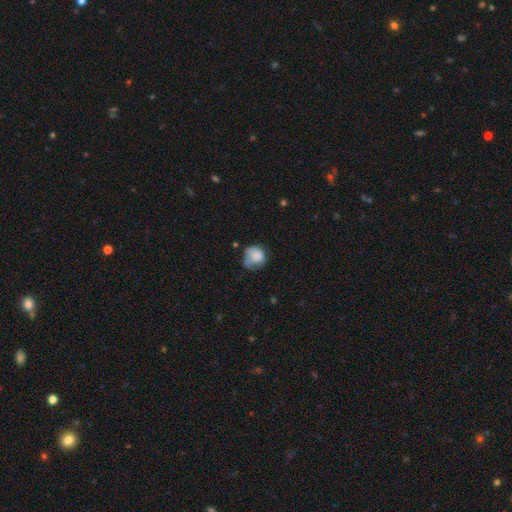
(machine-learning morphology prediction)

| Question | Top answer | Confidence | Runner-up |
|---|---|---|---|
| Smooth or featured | smooth | 73% | featured or disk (18%) |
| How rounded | round | 67% | in between (32%) |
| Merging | none | 35% | minor disturbance (33%) |